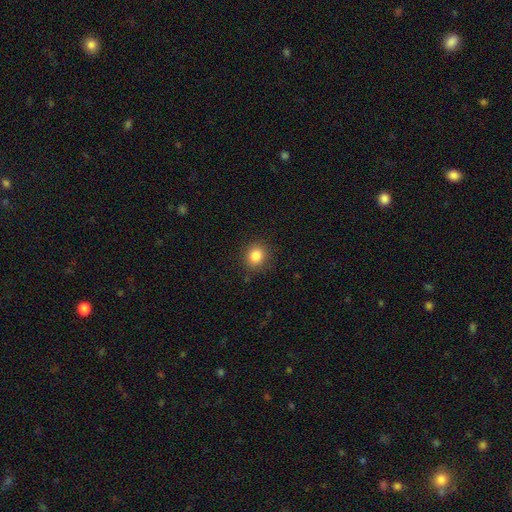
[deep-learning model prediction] smooth-or-featured: smooth: 85% | star or artifact: 11% | featured or disk: 5%
  how-rounded: round: 81% | in between: 18% | cigar-shaped: 1%
  merging: none: 88% | minor disturbance: 9% | major disturbance: 3% | merger: 1%